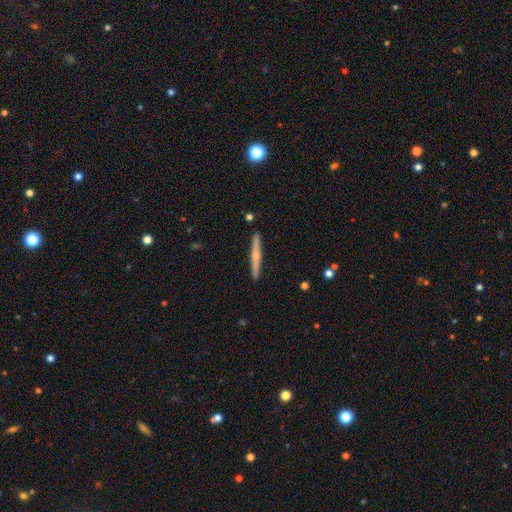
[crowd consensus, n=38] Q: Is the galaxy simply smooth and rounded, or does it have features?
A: featured or disk — 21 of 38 (55%).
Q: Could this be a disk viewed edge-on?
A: yes — 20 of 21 (95%).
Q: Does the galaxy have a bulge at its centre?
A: rounded — 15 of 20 (75%).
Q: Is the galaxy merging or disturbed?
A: none — 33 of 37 (89%).